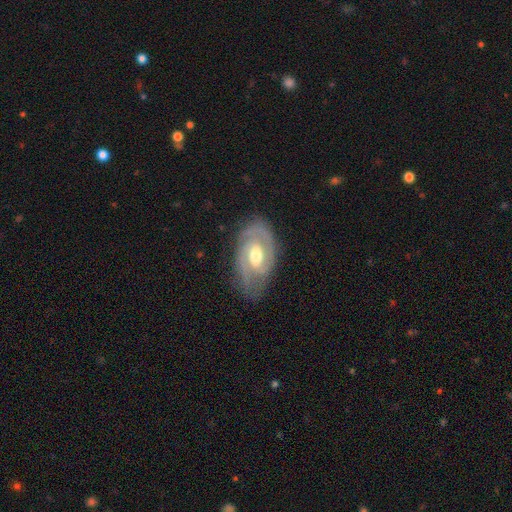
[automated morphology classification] smooth-or-featured: featured or disk: 84% | smooth: 12% | star or artifact: 4%
  disk-edge-on: no: 96% | yes: 4%
    bar: weak: 52% | no: 31% | strong: 17%
    has-spiral-arms: yes: 93% | no: 7%
      spiral-winding: tight: 55% | medium: 37% | loose: 8%
      spiral-arm-count: 2: 74% | can't tell: 13% | 3: 7% | 1: 4% | 4: 2% | more than 4: 2%
    bulge-size: moderate: 71% | large: 14% | small: 13% | none: 1% | dominant: 1%
  merging: none: 73% | minor disturbance: 19% | major disturbance: 6% | merger: 1%